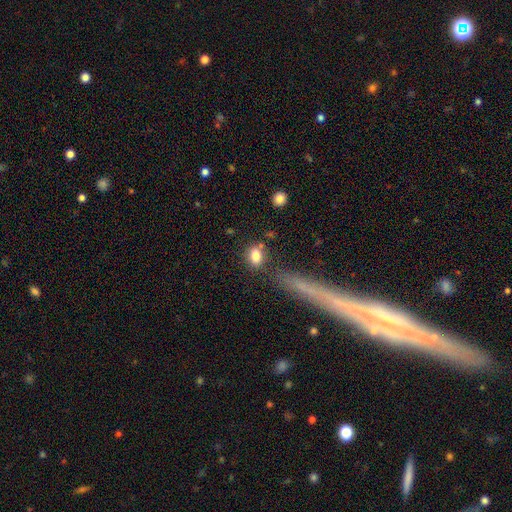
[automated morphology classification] smooth 80%, featured or disk 10%, star or artifact 10%. Down the decision tree: how rounded — in between (70%); merging — none (70%).